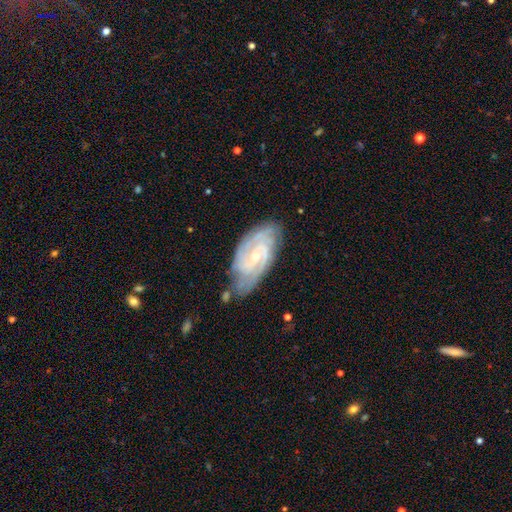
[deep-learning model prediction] Q: Smooth or featured?
A: featured or disk (87%); runner-up: smooth (7%)
Q: Edge-on disk?
A: no (95%); runner-up: yes (5%)
Q: Bar?
A: no (45%); runner-up: weak (42%)
Q: Spiral arms?
A: yes (97%); runner-up: no (3%)
Q: Spiral winding?
A: tight (63%); runner-up: medium (31%)
Q: Spiral arm count?
A: 2 (38%); runner-up: 3 (23%)
Q: Bulge size?
A: small (69%); runner-up: moderate (28%)
Q: Merging?
A: none (70%); runner-up: minor disturbance (22%)